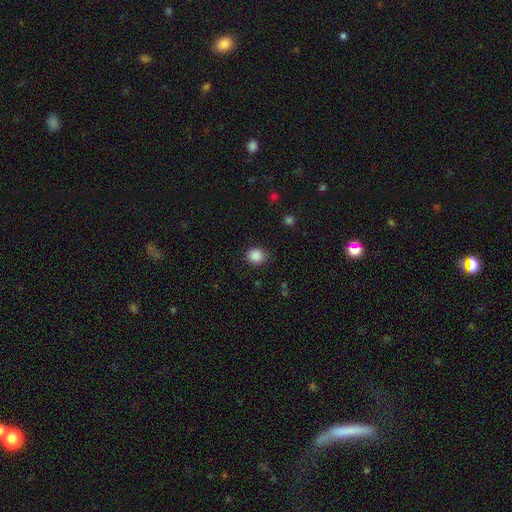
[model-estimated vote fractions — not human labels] Smooth or featured: smooth — 87% (star or artifact — 10%)
How rounded: round — 78% (in between — 21%)
Merging: none — 85% (minor disturbance — 11%)